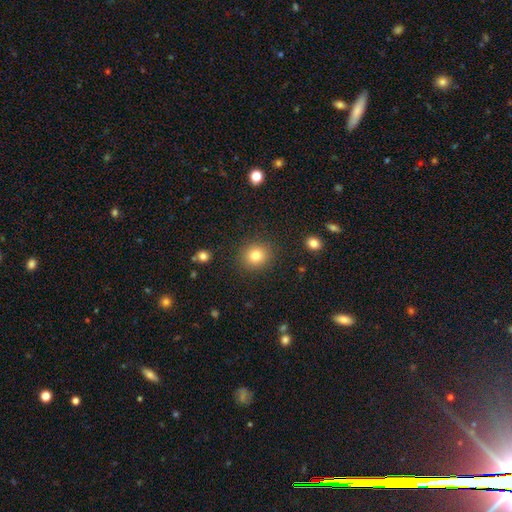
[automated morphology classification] type=smooth (81%); roundness=round (82%); merging=none (88%).